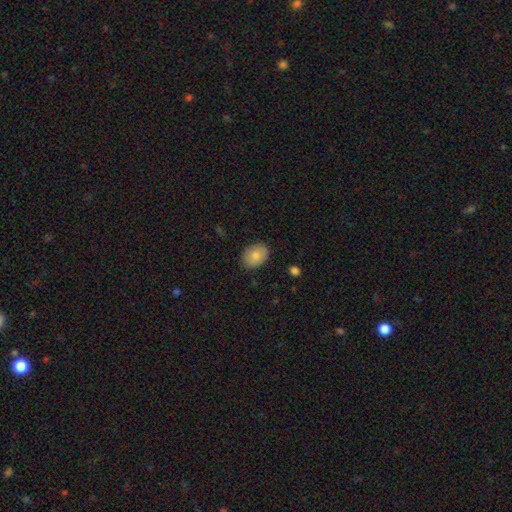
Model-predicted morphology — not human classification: type=smooth (82%); roundness=in between (75%); merging=none (87%).